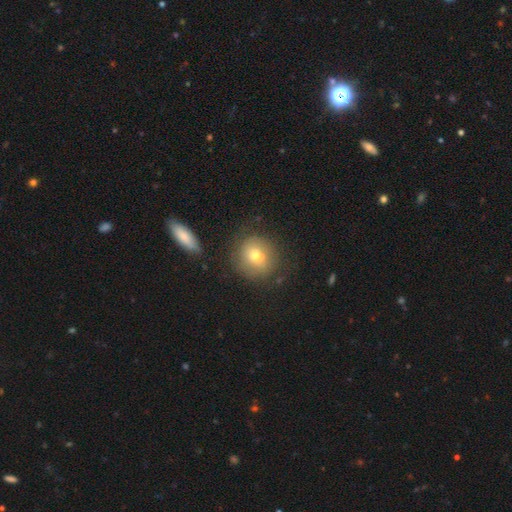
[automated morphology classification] smooth 68%, featured or disk 22%, star or artifact 10%. Down the decision tree: how rounded — round (85%); merging — none (73%).